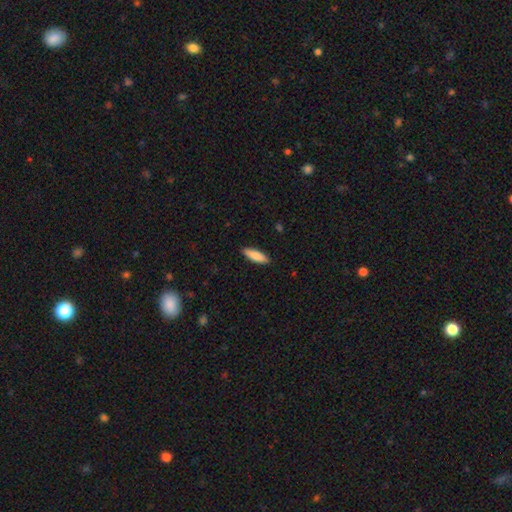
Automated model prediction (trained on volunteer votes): smooth-or-featured: smooth: 86% | featured or disk: 9% | star or artifact: 6%
  how-rounded: cigar-shaped: 54% | in between: 45% | round: 2%
  merging: none: 90% | minor disturbance: 8% | major disturbance: 2% | merger: 1%